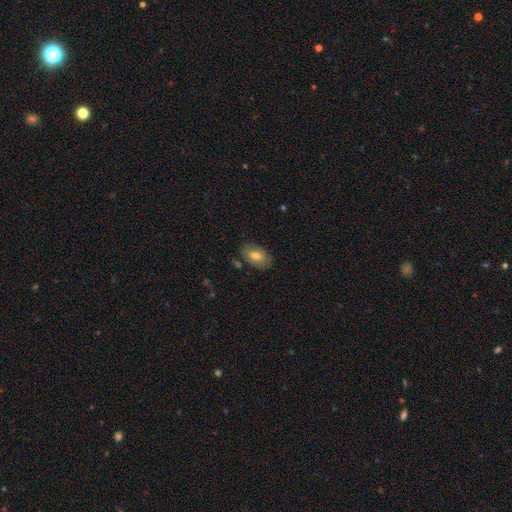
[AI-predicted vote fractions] This appears to be a smooth galaxy with no disk features (69%) that is in between round and cigar-shaped (91%). Merging: none (78%).